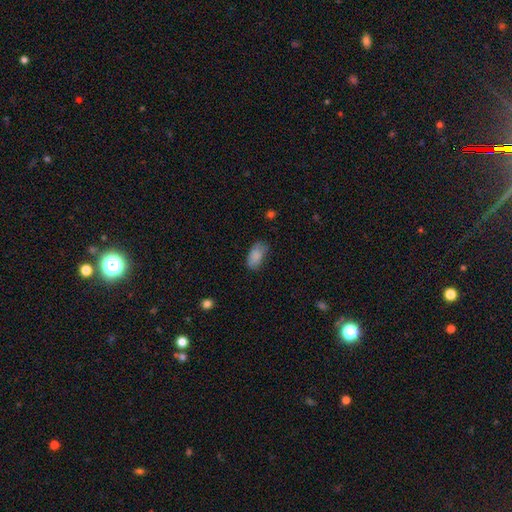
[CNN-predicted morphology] Overall: smooth (85%). How rounded: in between (93%). Merging: none (66%).